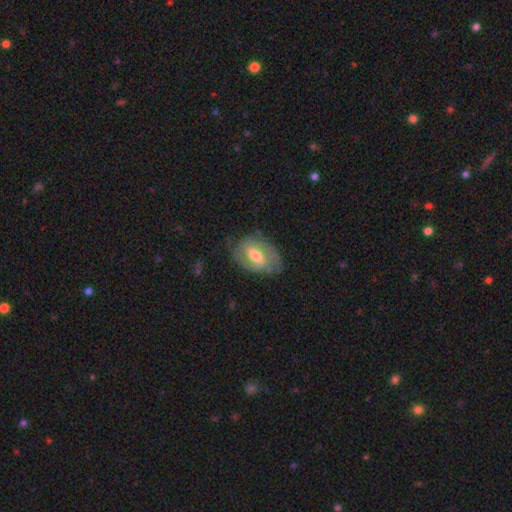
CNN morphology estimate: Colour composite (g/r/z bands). It shows a featured or disk galaxy (73%) with a weak bar (50%), 2 (69%) medium (43%) spiral arms (85%) and a moderate central bulge (70%). Merging: none (68%).